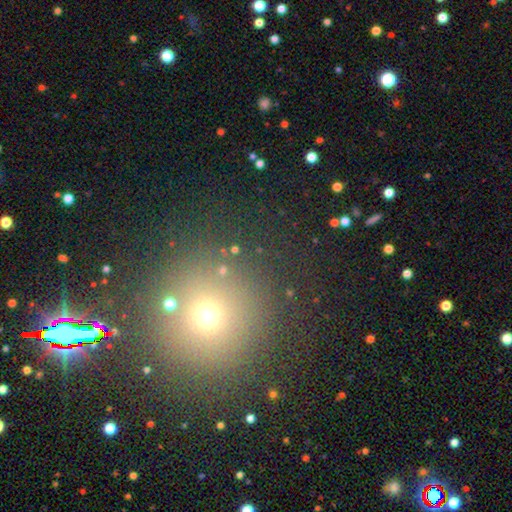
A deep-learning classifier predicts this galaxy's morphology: Smooth or featured? Predicted: smooth (p=0.51). How rounded? Predicted: round (p=0.94). Merging? Predicted: none (p=0.84).